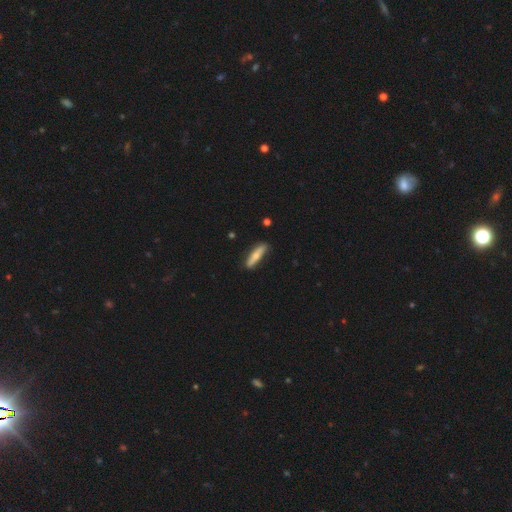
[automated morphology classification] A smooth galaxy with no disk features (66%) that is cigar-shaped (82%).

Vote fractions:
- Smooth or featured? smooth: 66% / featured or disk: 28% / star or artifact: 6%
- How rounded? cigar-shaped: 82% / in between: 17% / round: 2%
- Merging? none: 83% / minor disturbance: 13% / major disturbance: 2% / merger: 2%